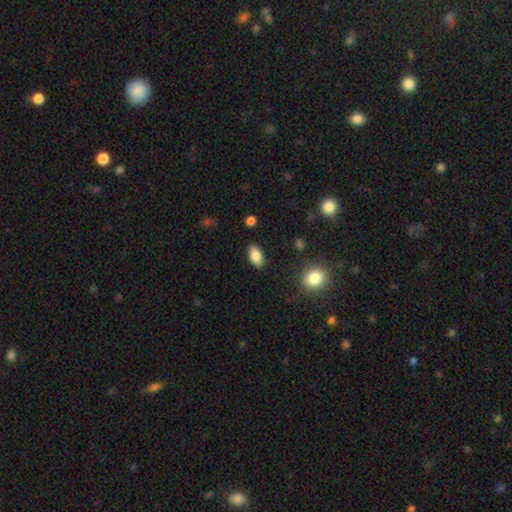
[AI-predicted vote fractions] Smooth or featured: smooth — 82% (featured or disk — 10%)
How rounded: in between — 90% (cigar-shaped — 6%)
Merging: none — 87% (minor disturbance — 10%)